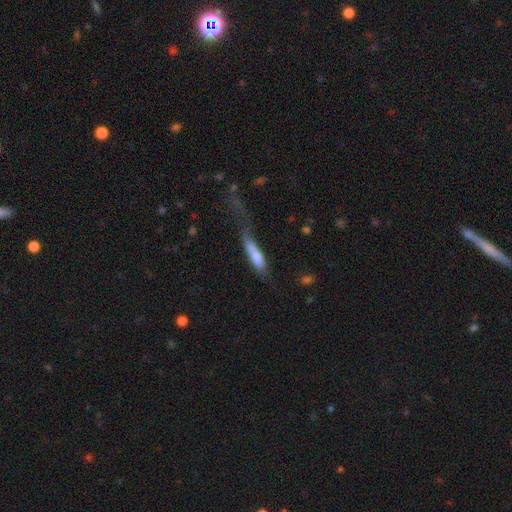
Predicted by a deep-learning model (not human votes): Smooth or featured? smooth (71%)
How rounded? cigar-shaped (74%)
Merging? major disturbance (37%)